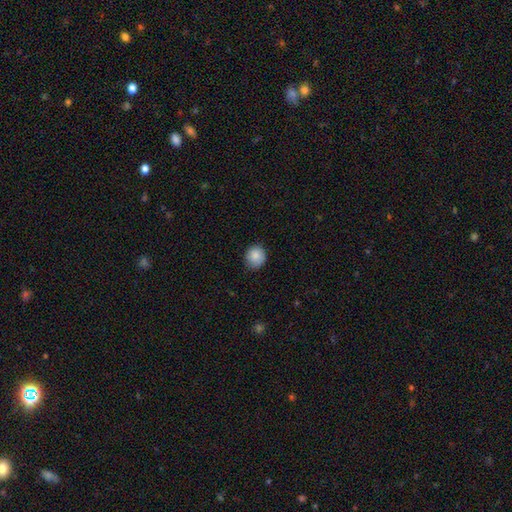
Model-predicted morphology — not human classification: Smooth or featured: smooth — 86% (star or artifact — 8%)
How rounded: round — 81% (in between — 18%)
Merging: none — 79% (minor disturbance — 17%)